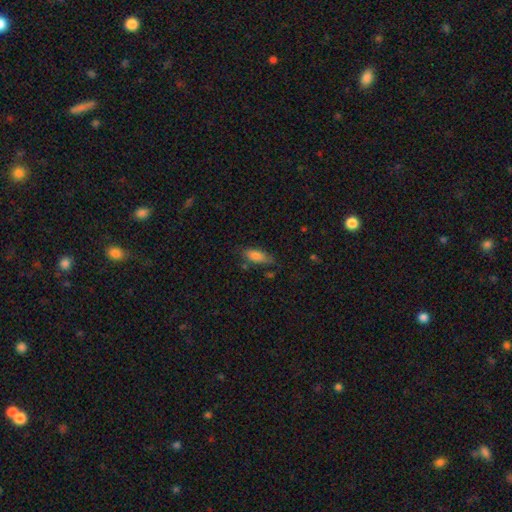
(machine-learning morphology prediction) Smooth or featured? Predicted: smooth (p=0.81). How rounded? Predicted: in between (p=0.74). Merging? Predicted: none (p=0.67).